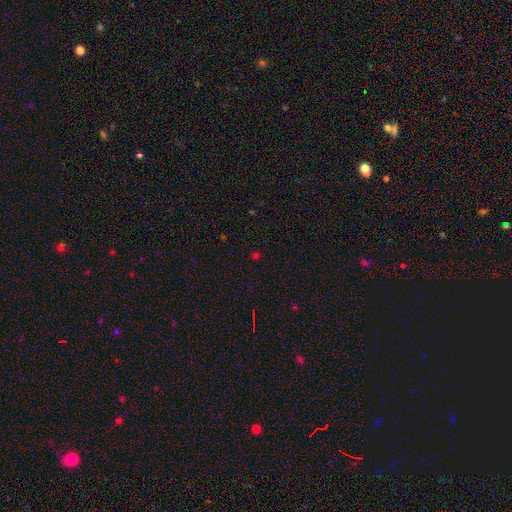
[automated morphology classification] This is possibly a star or artifact rather than a galaxy (53%).